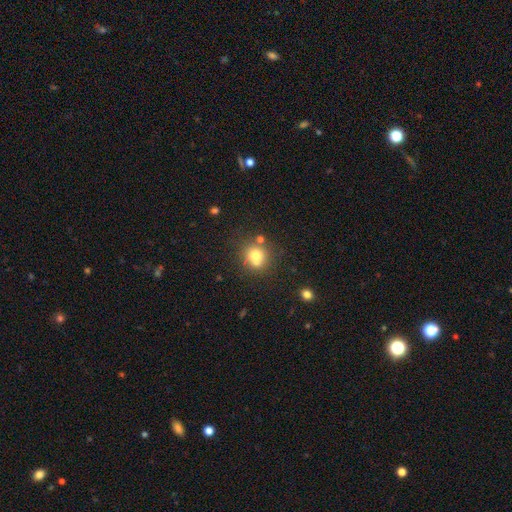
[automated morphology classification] type=smooth (70%); roundness=round (84%); merging=none (59%).